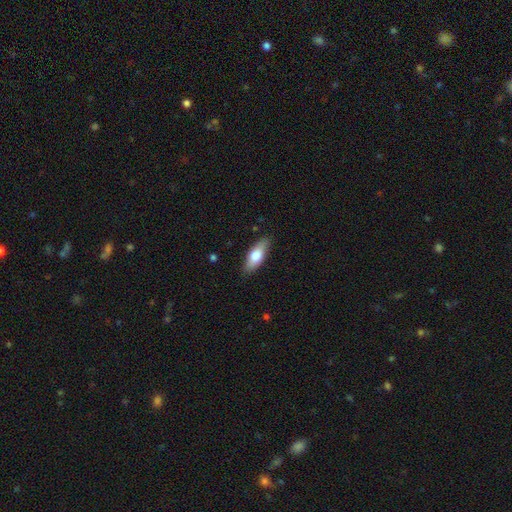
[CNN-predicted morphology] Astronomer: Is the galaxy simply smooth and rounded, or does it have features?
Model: smooth — 72%.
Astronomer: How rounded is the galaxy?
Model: in between — 74%.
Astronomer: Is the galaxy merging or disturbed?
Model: none — 86%.